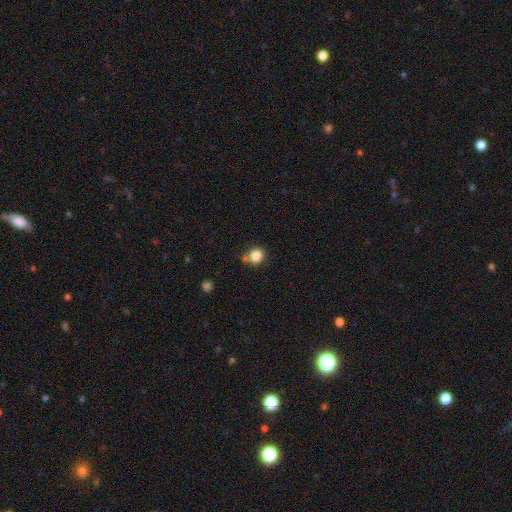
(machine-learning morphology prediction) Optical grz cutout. It shows a smooth galaxy with no disk features (84%) that is round (84%). Merging: none (65%).